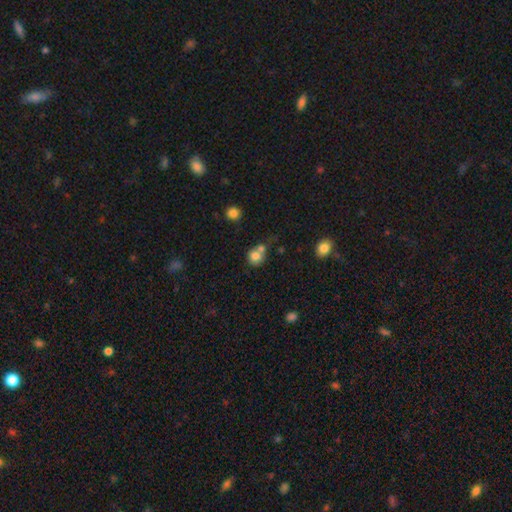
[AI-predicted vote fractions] Smooth or featured? Predicted: smooth (p=0.79). How rounded? Predicted: round (p=0.83). Merging? Predicted: none (p=0.44).